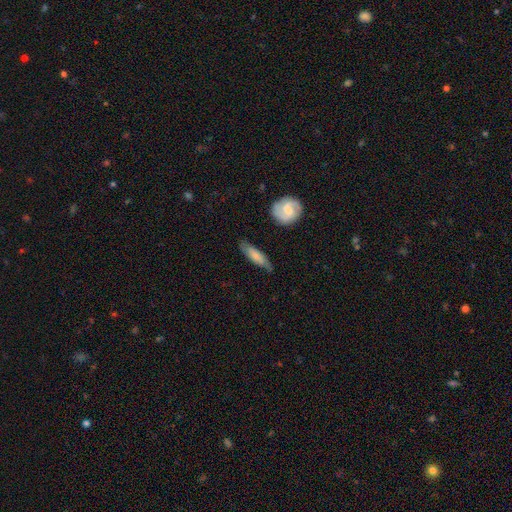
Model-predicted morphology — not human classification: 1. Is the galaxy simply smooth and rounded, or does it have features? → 65% smooth, 29% featured or disk, 6% star or artifact.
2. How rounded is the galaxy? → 59% cigar-shaped, 39% in between, 2% round.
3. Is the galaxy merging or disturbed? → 70% none, 23% minor disturbance, 4% major disturbance, 2% merger.